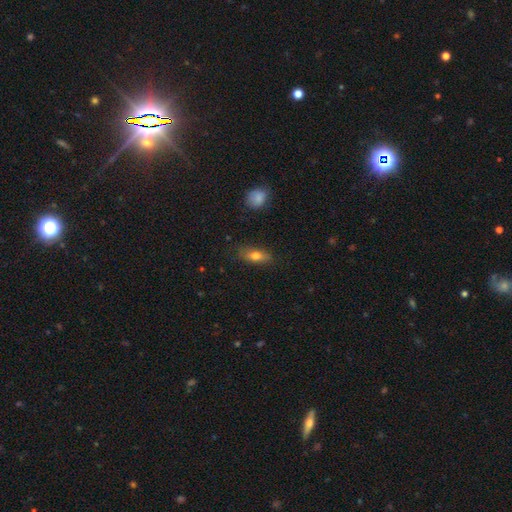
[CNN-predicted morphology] smooth_or_featured: smooth (p=0.70) [alt: featured or disk p=0.22]
how_rounded: in between (p=0.70) [alt: cigar-shaped p=0.25]
merging: none (p=0.79) [alt: minor disturbance p=0.16]